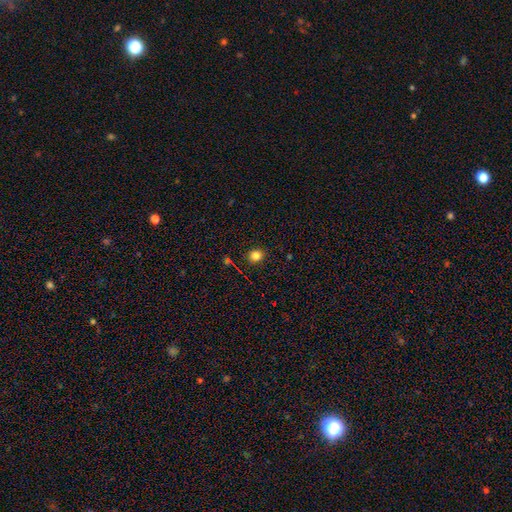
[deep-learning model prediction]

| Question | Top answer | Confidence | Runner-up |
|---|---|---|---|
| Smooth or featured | smooth | 81% | star or artifact (13%) |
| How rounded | round | 78% | in between (21%) |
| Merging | none | 89% | minor disturbance (8%) |